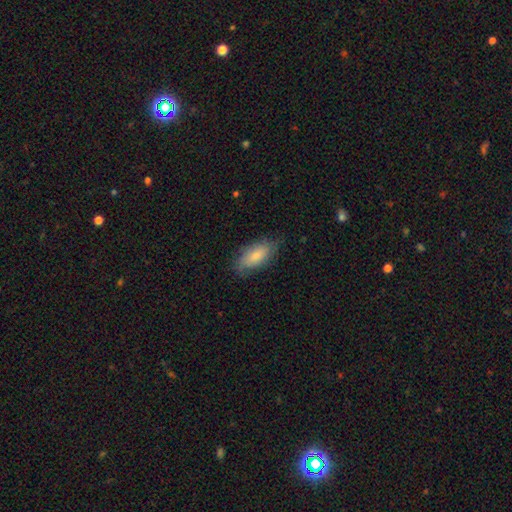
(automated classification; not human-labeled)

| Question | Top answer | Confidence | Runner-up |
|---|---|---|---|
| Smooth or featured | smooth | 73% | featured or disk (21%) |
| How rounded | in between | 88% | cigar-shaped (9%) |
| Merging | none | 72% | minor disturbance (22%) |